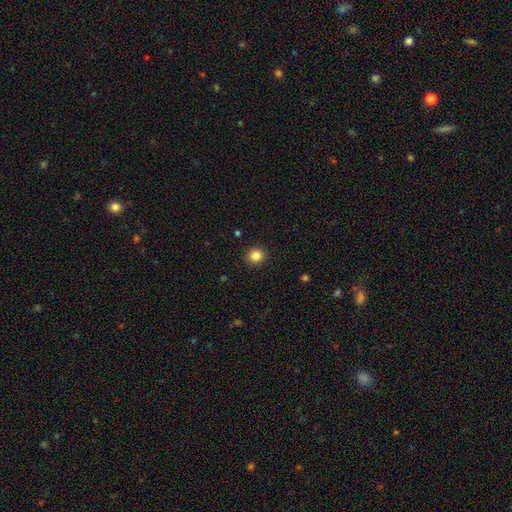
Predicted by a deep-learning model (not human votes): Smooth or featured: smooth — 85% (star or artifact — 11%)
How rounded: round — 89% (in between — 10%)
Merging: none — 92% (minor disturbance — 5%)